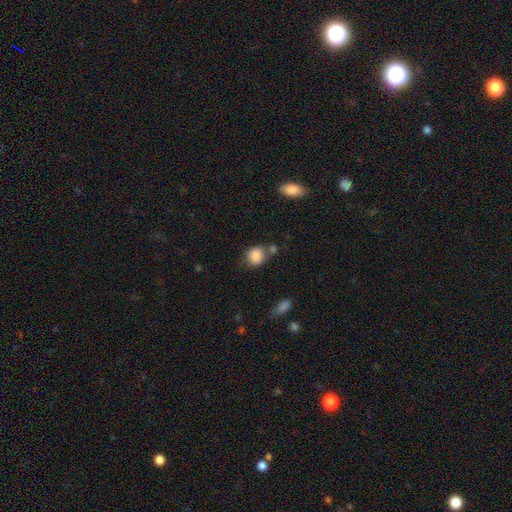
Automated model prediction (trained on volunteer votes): Smooth or featured?
  - smooth: 86% *
  - star or artifact: 9%
  - featured or disk: 6%
How rounded?
  - round: 62% *
  - in between: 37%
  - cigar-shaped: 1%
Merging?
  - none: 56% *
  - minor disturbance: 19%
  - merger: 18%
  - major disturbance: 7%